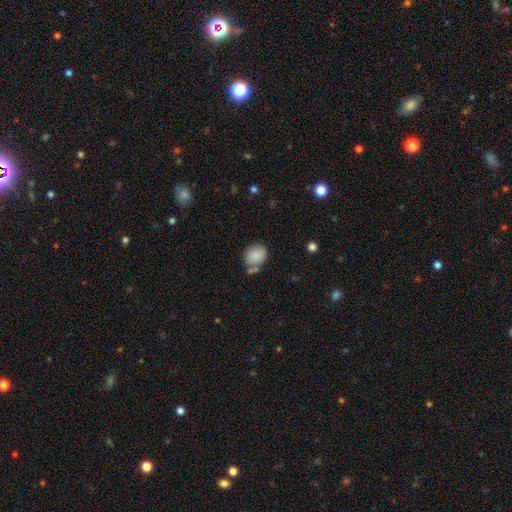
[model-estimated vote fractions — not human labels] Q: Smooth or featured?
A: smooth (85%); runner-up: star or artifact (8%)
Q: How rounded?
A: round (63%); runner-up: in between (36%)
Q: Merging?
A: none (65%); runner-up: minor disturbance (16%)